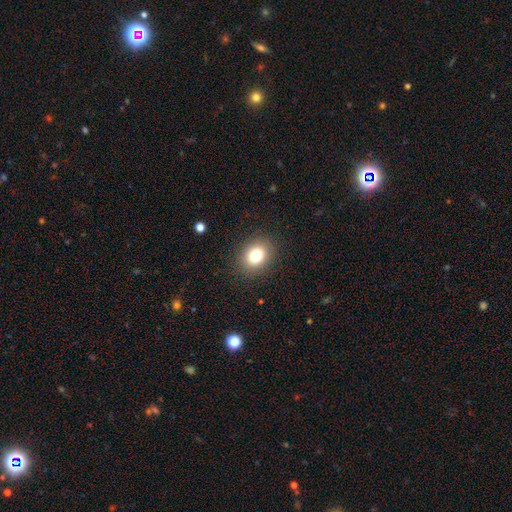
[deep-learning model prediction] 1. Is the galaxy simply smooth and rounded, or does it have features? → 81% smooth, 11% star or artifact, 9% featured or disk.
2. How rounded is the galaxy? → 52% in between, 48% round, 1% cigar-shaped.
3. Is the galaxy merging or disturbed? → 87% none, 8% minor disturbance, 3% major disturbance, 1% merger.